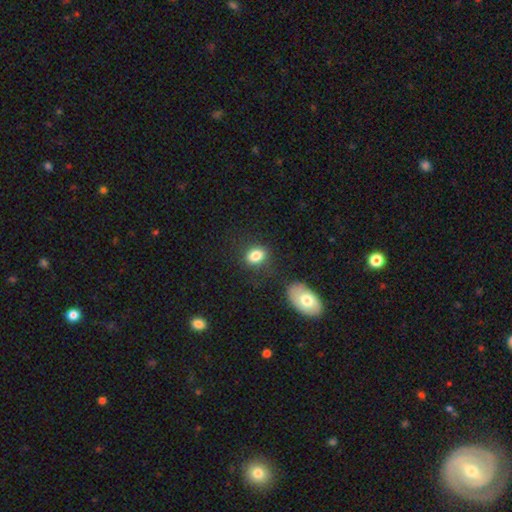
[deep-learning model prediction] A smooth galaxy with no disk features (84%) that is in between round and cigar-shaped (69%).

Vote fractions:
- Smooth or featured? smooth: 84% / star or artifact: 9% / featured or disk: 7%
- How rounded? in between: 69% / round: 30% / cigar-shaped: 2%
- Merging? none: 74% / minor disturbance: 15% / merger: 5% / major disturbance: 5%